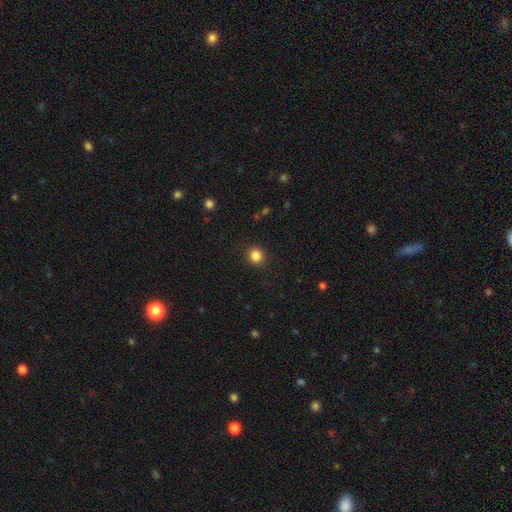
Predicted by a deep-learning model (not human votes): Smooth or featured? smooth (85%)
How rounded? round (78%)
Merging? none (89%)